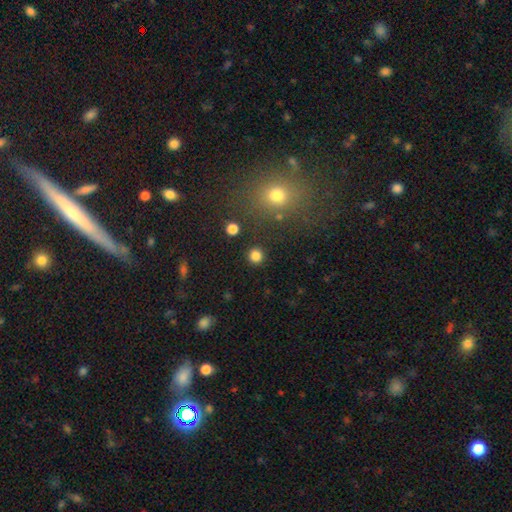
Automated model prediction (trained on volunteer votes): Q: Smooth or featured?
A: smooth (82%); runner-up: star or artifact (14%)
Q: How rounded?
A: round (94%); runner-up: in between (5%)
Q: Merging?
A: none (90%); runner-up: minor disturbance (5%)